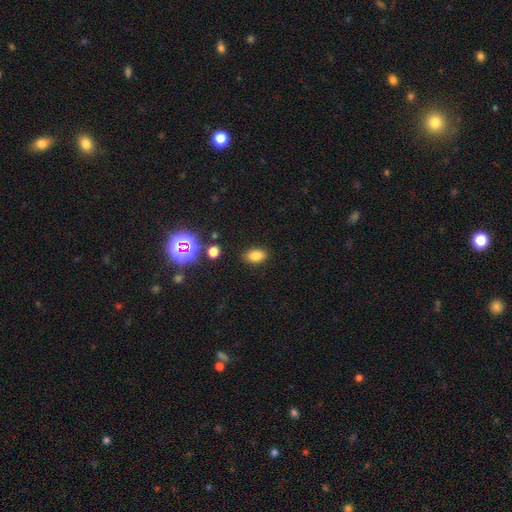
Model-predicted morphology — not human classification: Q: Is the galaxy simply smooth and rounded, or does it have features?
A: smooth — 80%.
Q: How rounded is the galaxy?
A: in between — 86%.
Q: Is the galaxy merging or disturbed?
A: none — 87%.